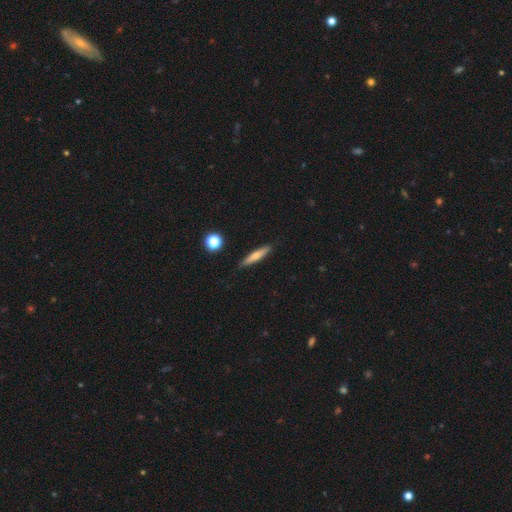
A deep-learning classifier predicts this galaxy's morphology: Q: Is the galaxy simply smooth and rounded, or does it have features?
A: smooth — 55%.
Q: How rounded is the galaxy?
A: cigar-shaped — 86%.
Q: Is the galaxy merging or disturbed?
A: none — 88%.